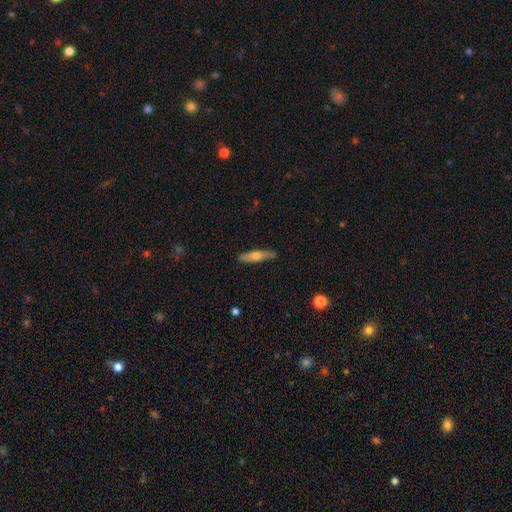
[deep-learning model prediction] This appears to be a smooth galaxy with no disk features (53%) that is cigar-shaped (83%). Merging: none (87%).